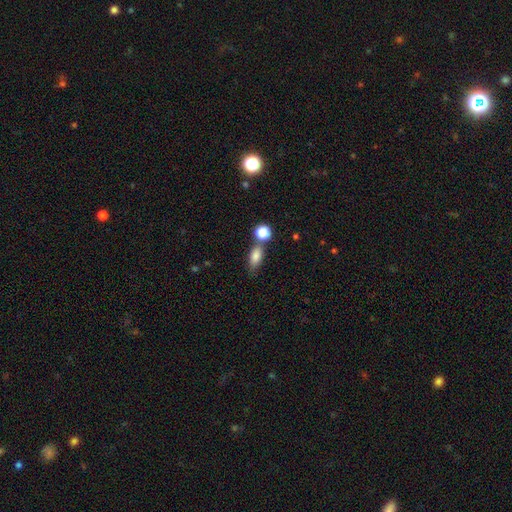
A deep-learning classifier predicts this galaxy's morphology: Overall: smooth (81%). How rounded: in between (77%). Merging: none (57%; merger 23%).